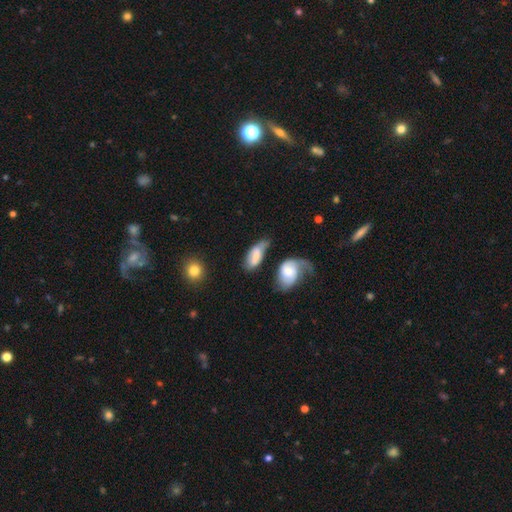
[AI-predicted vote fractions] The model was most divided on "merging": none: 36%, minor disturbance: 27%, merger: 19%, major disturbance: 17%. More confident: how rounded — in between (87%); smooth or featured — smooth (61%).